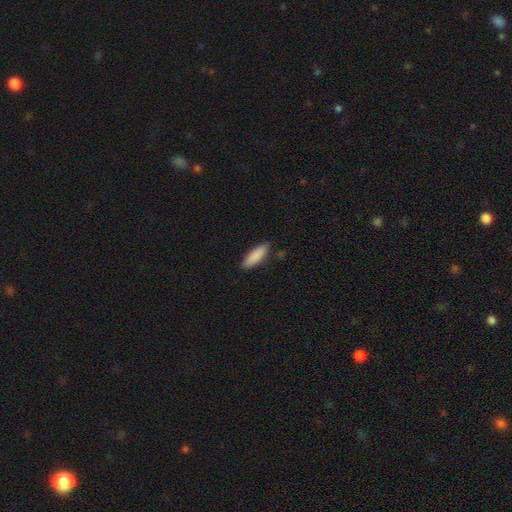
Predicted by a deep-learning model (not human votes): Smooth or featured: smooth — 88% (featured or disk — 6%)
How rounded: in between — 49% (tied with cigar-shaped — 49%)
Merging: none — 86% (minor disturbance — 11%)